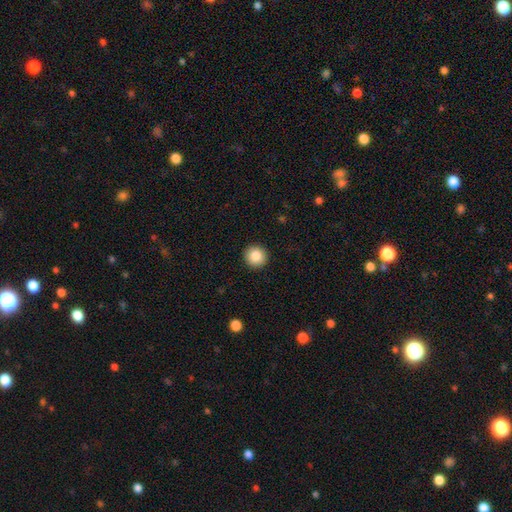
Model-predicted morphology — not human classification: smooth-or-featured: smooth: 85% | star or artifact: 9% | featured or disk: 6%
  how-rounded: round: 95% | in between: 4% | cigar-shaped: 1%
  merging: none: 93% | minor disturbance: 5% | major disturbance: 2% | merger: 1%